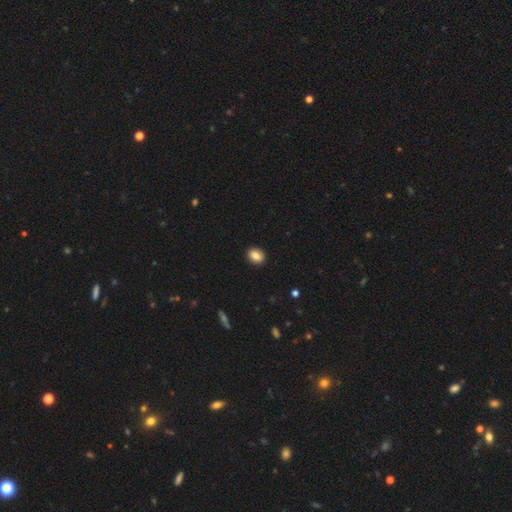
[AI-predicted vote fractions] The model was most divided on "how rounded": round: 51%, in between: 48%, cigar-shaped: 1%. More confident: merging — none (91%); smooth or featured — smooth (83%).